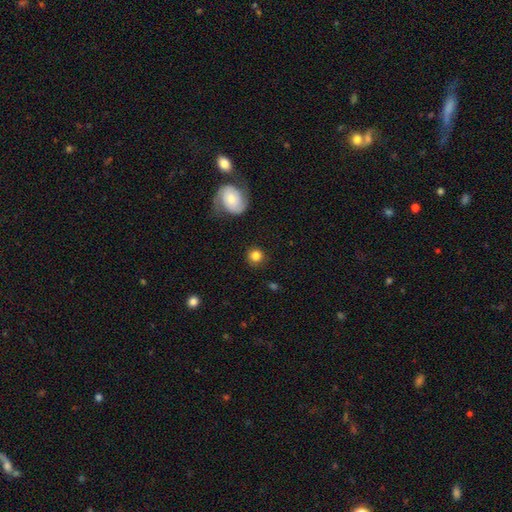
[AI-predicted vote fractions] A smooth galaxy with no disk features (81%) that is round (91%). Merging: none (84%).